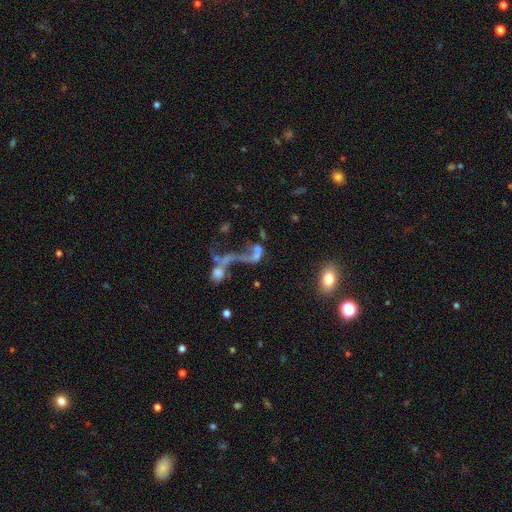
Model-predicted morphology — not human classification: This appears to be a featured or disk galaxy (45%). Merging: merger (47%).